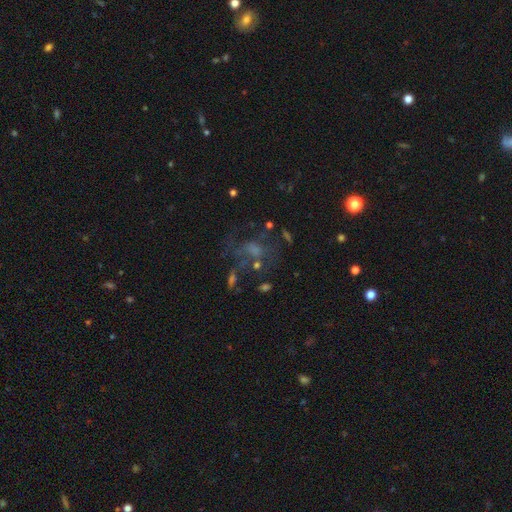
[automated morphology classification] smooth_or_featured: featured or disk (p=0.45) [alt: star or artifact p=0.32]
merging: none (p=0.46) [alt: major disturbance p=0.27]